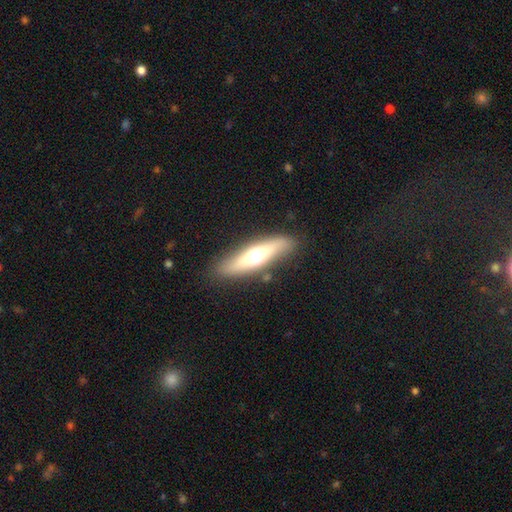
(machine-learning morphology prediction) smooth-or-featured: featured or disk: 47% | smooth: 45% | star or artifact: 7%
  merging: none: 86% | minor disturbance: 9% | major disturbance: 3% | merger: 2%